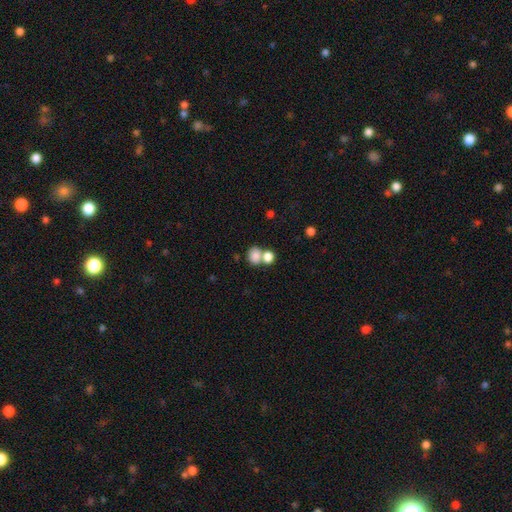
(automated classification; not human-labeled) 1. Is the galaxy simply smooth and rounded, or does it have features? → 82% smooth, 10% star or artifact, 8% featured or disk.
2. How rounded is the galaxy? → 56% round, 43% in between, 1% cigar-shaped.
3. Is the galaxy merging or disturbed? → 50% merger, 37% none, 8% minor disturbance, 4% major disturbance.